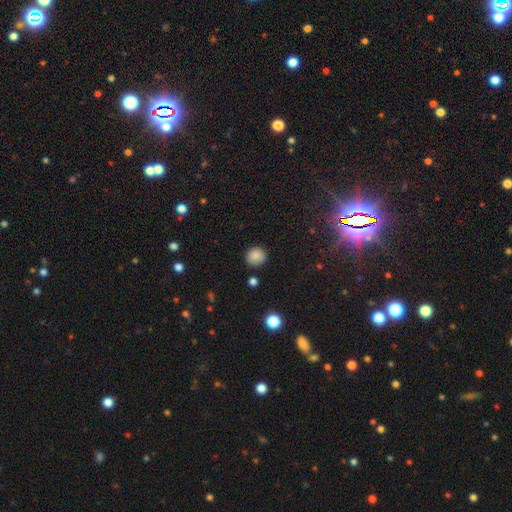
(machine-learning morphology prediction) The model was most divided on "smooth or featured": smooth: 85%, star or artifact: 11%, featured or disk: 5%. More confident: how rounded — round (87%); merging — none (86%).